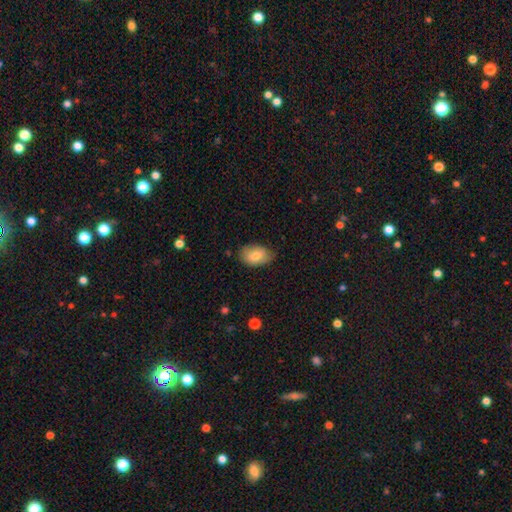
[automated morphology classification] smooth_or_featured: smooth (p=0.79) [alt: featured or disk p=0.15]
how_rounded: in between (p=0.89) [alt: round p=0.09]
merging: none (p=0.76) [alt: minor disturbance p=0.19]